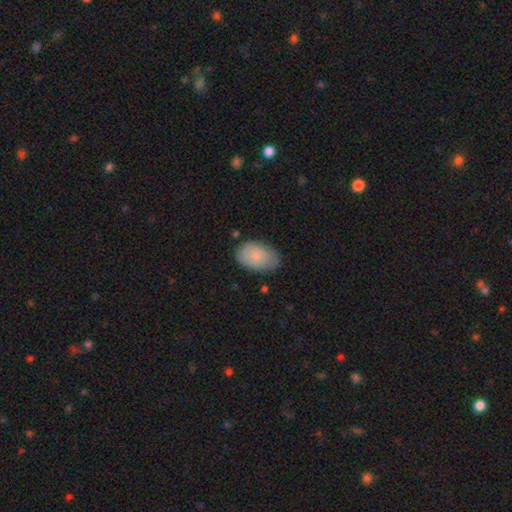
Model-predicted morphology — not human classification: Smooth or featured? smooth (74%)
How rounded? in between (89%)
Merging? none (75%)